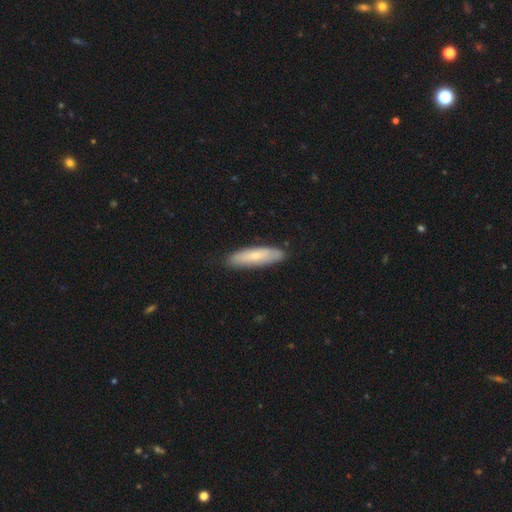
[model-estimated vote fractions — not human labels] Q: Smooth or featured?
A: smooth (70%); runner-up: featured or disk (25%)
Q: How rounded?
A: cigar-shaped (67%); runner-up: in between (32%)
Q: Merging?
A: none (86%); runner-up: minor disturbance (11%)